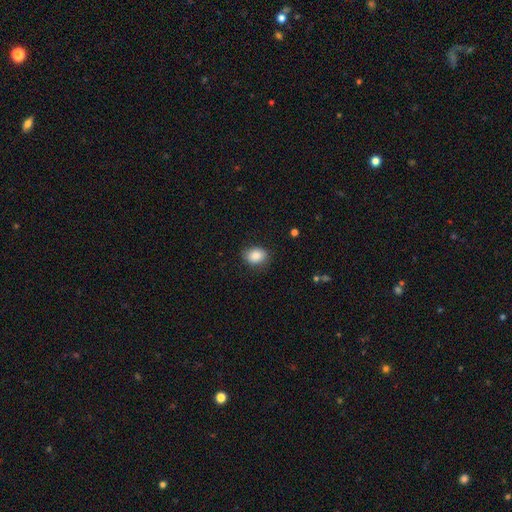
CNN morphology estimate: smooth_or_featured: smooth (p=0.86) [alt: star or artifact p=0.08]
how_rounded: in between (p=0.59) [alt: round p=0.40]
merging: none (p=0.83) [alt: minor disturbance p=0.13]